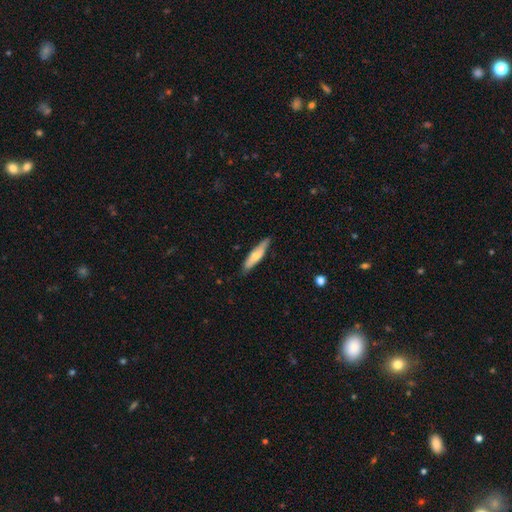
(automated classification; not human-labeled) smooth_or_featured: smooth (p=0.60) [alt: featured or disk p=0.35]
how_rounded: cigar-shaped (p=0.79) [alt: in between p=0.19]
merging: none (p=0.80) [alt: minor disturbance p=0.17]